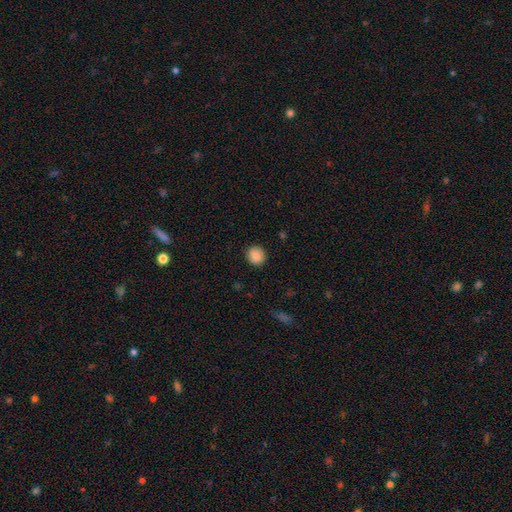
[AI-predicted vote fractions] This is clearly a smooth galaxy (85%). How rounded: clearly round (90%). Merging: clearly none (90%).